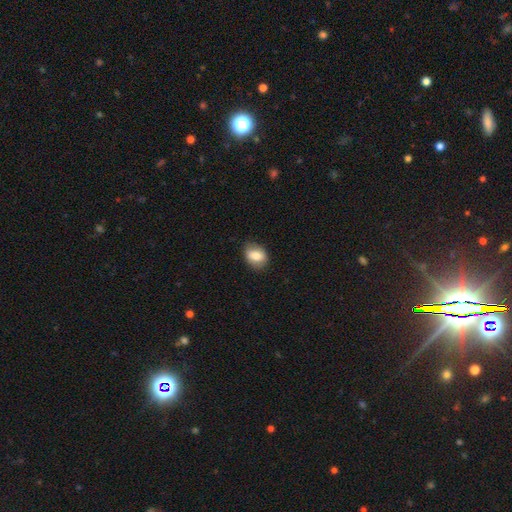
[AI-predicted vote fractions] A smooth galaxy with no disk features (80%) that is in between round and cigar-shaped (68%).

Vote fractions:
- Smooth or featured? smooth: 80% / featured or disk: 13% / star or artifact: 8%
- How rounded? in between: 68% / round: 31% / cigar-shaped: 1%
- Merging? none: 80% / minor disturbance: 16% / major disturbance: 3% / merger: 1%